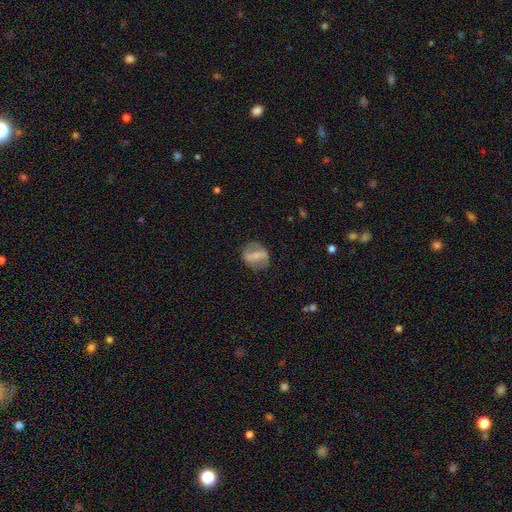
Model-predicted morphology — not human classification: Smooth or featured? featured or disk (55%)
Edge-on disk? no (90%)
Merging? none (76%)